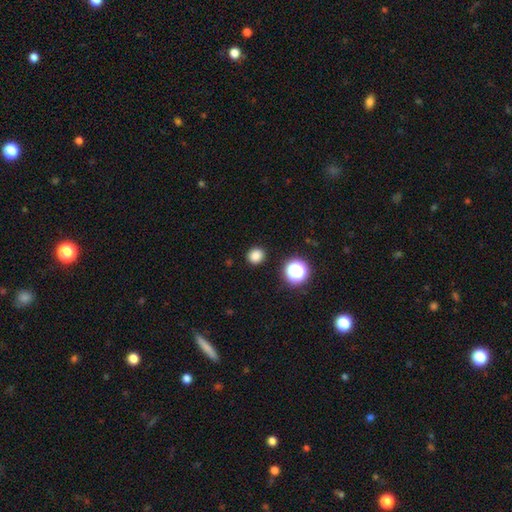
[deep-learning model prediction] Smooth or featured: smooth — 83% (star or artifact — 14%)
How rounded: round — 84% (in between — 15%)
Merging: none — 90% (minor disturbance — 6%)